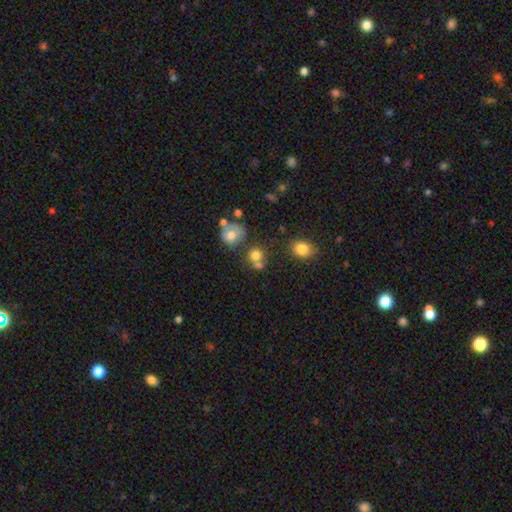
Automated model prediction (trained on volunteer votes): This is likely a smooth galaxy (76%). How rounded: clearly round (82%). Merging: possibly none (50%).